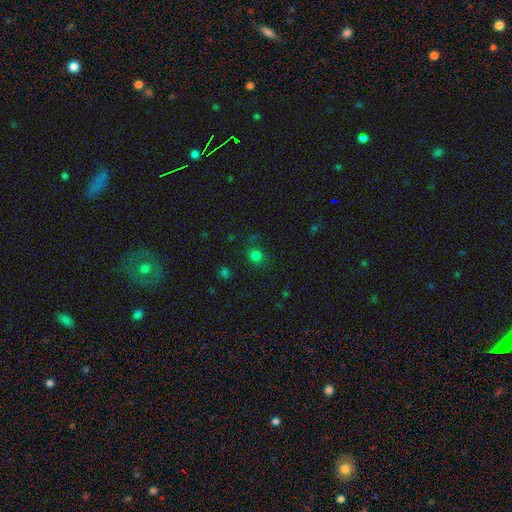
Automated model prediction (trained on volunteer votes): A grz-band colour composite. It shows a smooth galaxy with no disk features (76%) that is round (86%). Merging: none (82%).